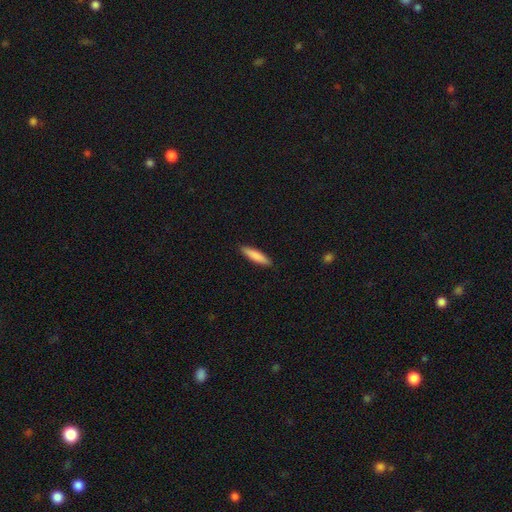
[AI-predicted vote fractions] Overall: smooth (85%). How rounded: cigar-shaped (79%). Merging: none (90%).